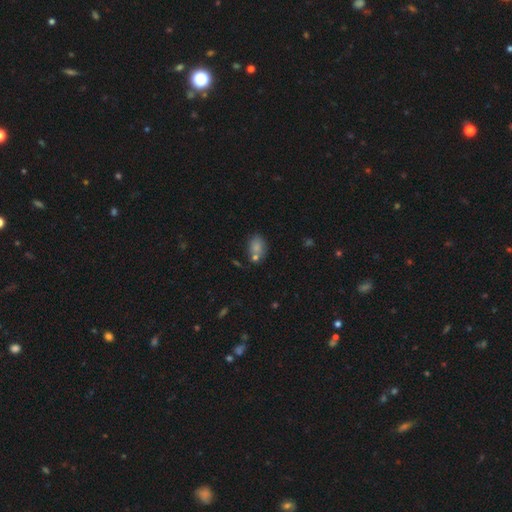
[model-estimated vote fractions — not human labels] smooth-or-featured: smooth: 69% | star or artifact: 21% | featured or disk: 10%
  how-rounded: in between: 67% | round: 31% | cigar-shaped: 2%
  merging: none: 63% | merger: 18% | minor disturbance: 14% | major disturbance: 5%